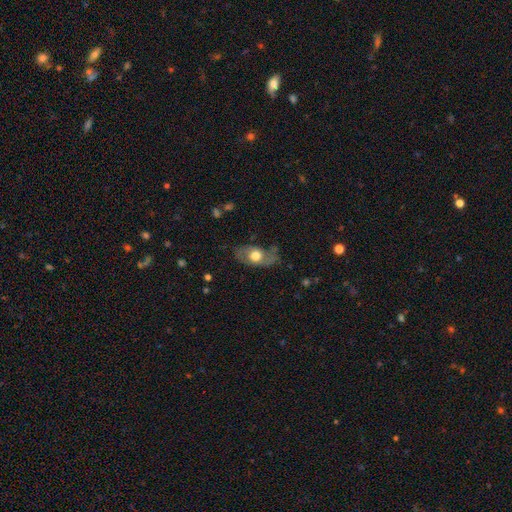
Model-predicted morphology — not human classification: Smooth or featured? Predicted: featured or disk (p=0.48). Merging? Predicted: none (p=0.60).